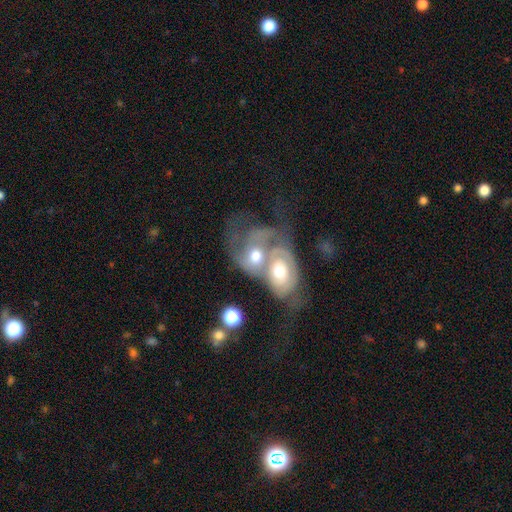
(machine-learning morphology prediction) smooth_or_featured: featured or disk (p=0.66) [alt: smooth p=0.28]
disk_edge_on: no (p=0.95) [alt: yes p=0.05]
bar: no (p=0.75) [alt: weak p=0.20]
has_spiral_arms: yes (p=0.74) [alt: no p=0.26]
bulge_size: moderate (p=0.68) [alt: small p=0.14]
merging: merger (p=0.73) [alt: major disturbance p=0.11]